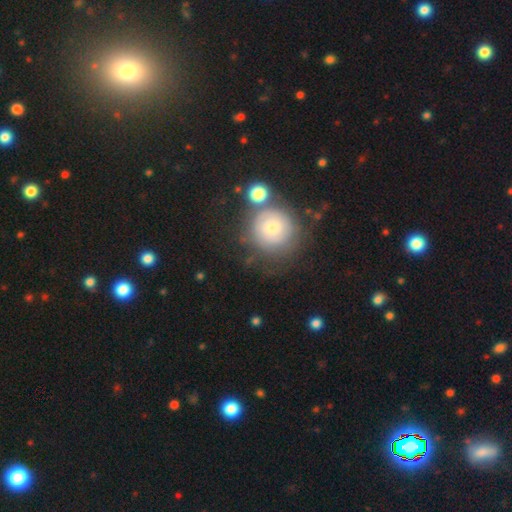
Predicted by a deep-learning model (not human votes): smooth_or_featured: smooth (p=0.40) [alt: featured or disk p=0.30]
merging: none (p=0.76) [alt: minor disturbance p=0.12]